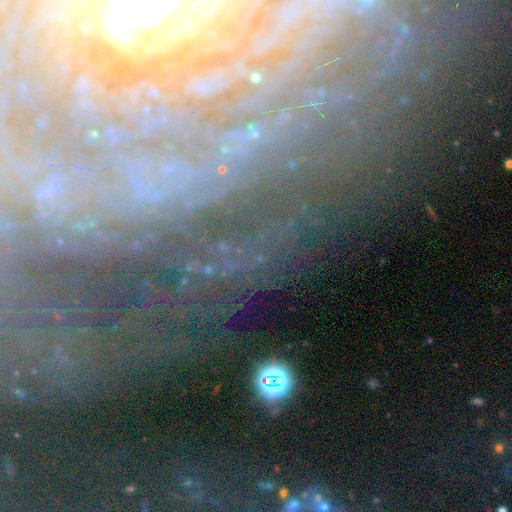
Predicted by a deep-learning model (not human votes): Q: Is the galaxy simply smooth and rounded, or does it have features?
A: featured or disk — 69%.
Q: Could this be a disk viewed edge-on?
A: no — 93%.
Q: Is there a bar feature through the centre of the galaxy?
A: no — 48%.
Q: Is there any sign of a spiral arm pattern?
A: yes — 92%.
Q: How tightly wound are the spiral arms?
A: tight — 80%.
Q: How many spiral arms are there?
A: can't tell — 30%.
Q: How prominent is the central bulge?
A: small — 55%.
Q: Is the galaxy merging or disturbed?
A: none — 72%.